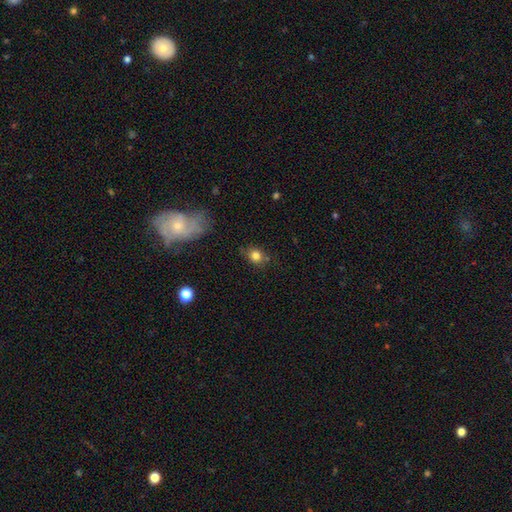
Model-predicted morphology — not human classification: type=smooth (81%); roundness=round (61%); merging=none (74%).